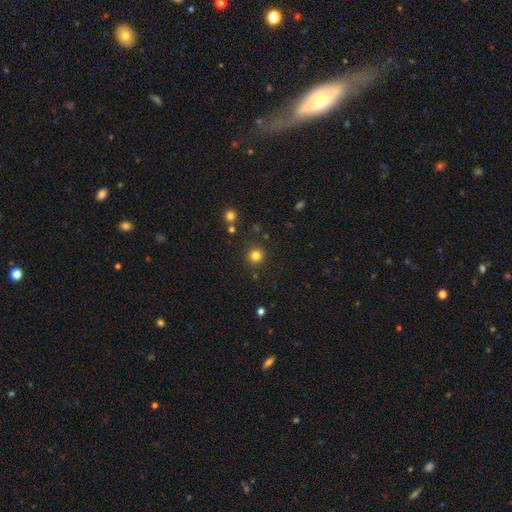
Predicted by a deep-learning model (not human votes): Smooth or featured?
  - smooth: 81% *
  - star or artifact: 14%
  - featured or disk: 5%
How rounded?
  - round: 94% *
  - in between: 5%
  - cigar-shaped: 1%
Merging?
  - none: 89% *
  - minor disturbance: 6%
  - merger: 3%
  - major disturbance: 2%